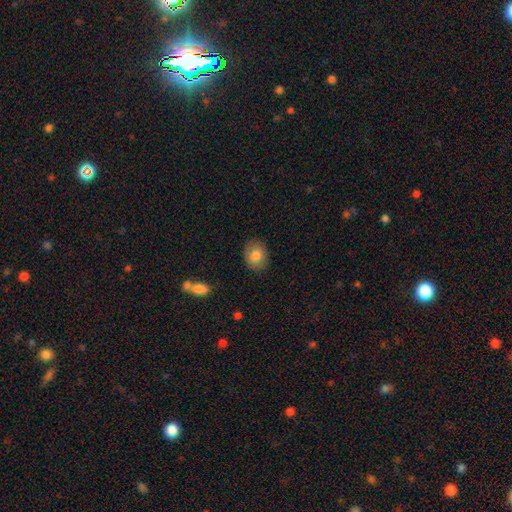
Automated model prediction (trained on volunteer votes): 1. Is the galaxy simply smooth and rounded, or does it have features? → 80% smooth, 12% featured or disk, 8% star or artifact.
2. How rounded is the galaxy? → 51% round, 48% in between, 1% cigar-shaped.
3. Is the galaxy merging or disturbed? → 83% none, 13% minor disturbance, 3% major disturbance, 1% merger.